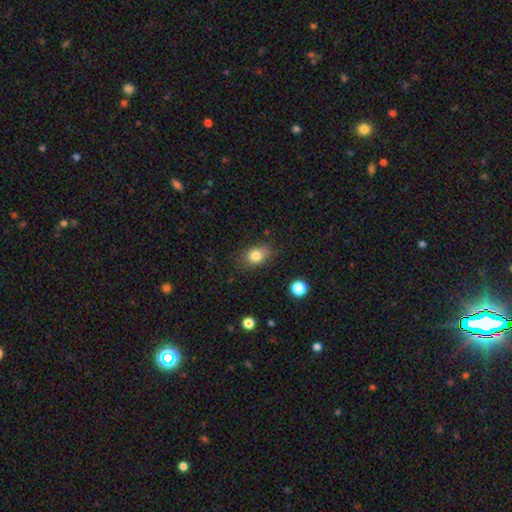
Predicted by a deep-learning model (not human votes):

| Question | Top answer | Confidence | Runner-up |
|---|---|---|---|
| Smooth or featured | smooth | 82% | star or artifact (10%) |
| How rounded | in between | 68% | round (30%) |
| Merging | none | 76% | minor disturbance (18%) |